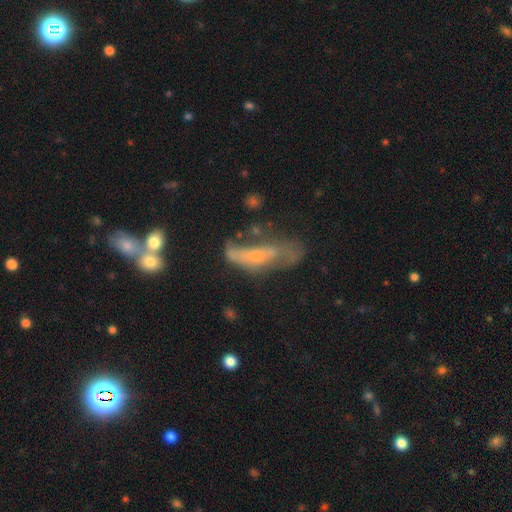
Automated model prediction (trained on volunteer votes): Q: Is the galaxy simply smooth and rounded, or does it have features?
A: featured or disk — 64%.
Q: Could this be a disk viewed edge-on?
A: no — 73%.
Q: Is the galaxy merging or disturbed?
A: none — 43%.